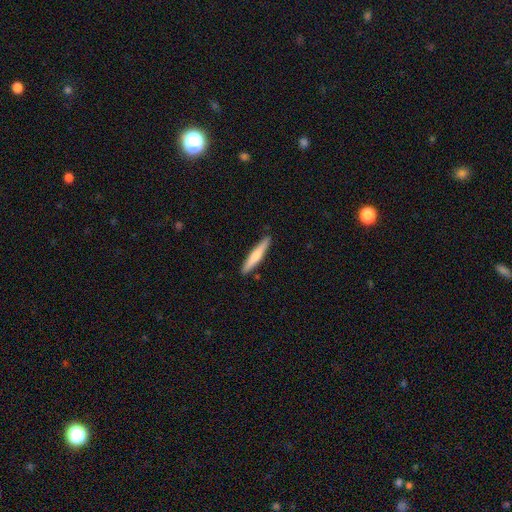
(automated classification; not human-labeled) Morphology: type=smooth (59%); roundness=cigar-shaped (92%); merging=none (90%).